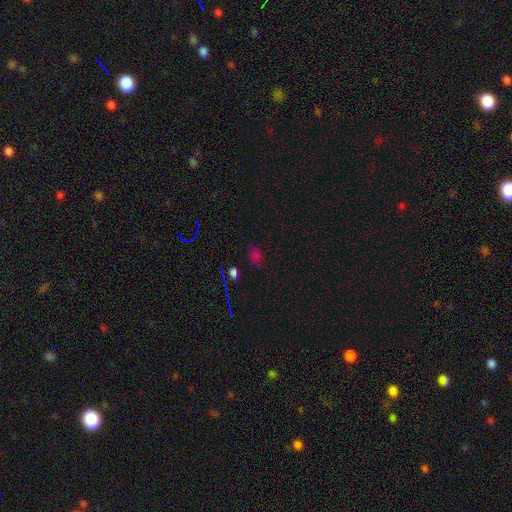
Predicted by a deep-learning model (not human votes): Smooth or featured? smooth (53%)
How rounded? in between (63%)
Merging? none (67%)